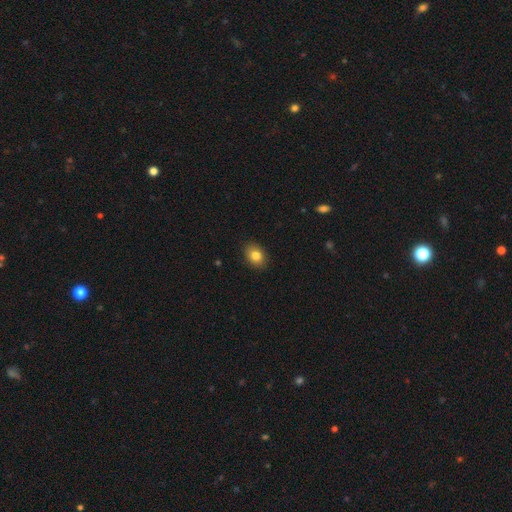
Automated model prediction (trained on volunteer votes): The model was most divided on "how rounded": in between: 66%, round: 32%, cigar-shaped: 1%. More confident: merging — none (88%); smooth or featured — smooth (83%).